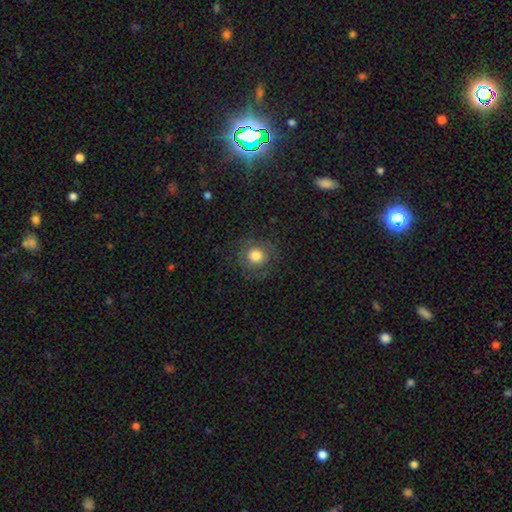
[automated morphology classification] smooth-or-featured: smooth: 72% | featured or disk: 17% | star or artifact: 11%
  how-rounded: round: 89% | in between: 10% | cigar-shaped: 1%
  merging: none: 80% | minor disturbance: 12% | major disturbance: 7% | merger: 1%